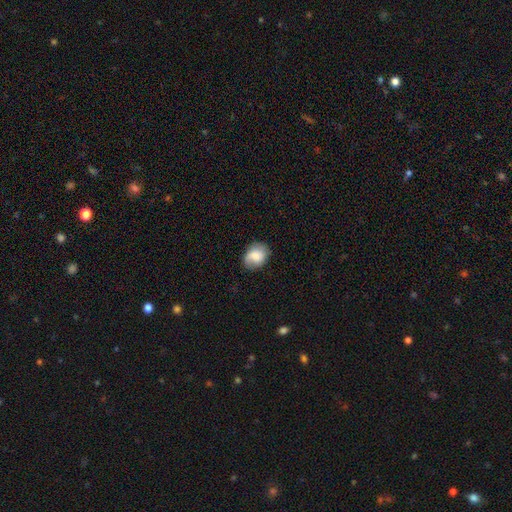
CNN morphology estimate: Q: Smooth or featured?
A: smooth (68%); runner-up: featured or disk (23%)
Q: How rounded?
A: in between (60%); runner-up: round (39%)
Q: Merging?
A: none (73%); runner-up: minor disturbance (20%)